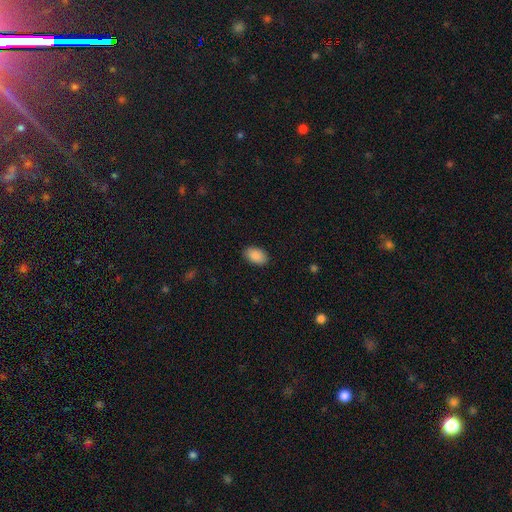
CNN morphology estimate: type=smooth (90%); roundness=in between (91%); merging=none (88%).